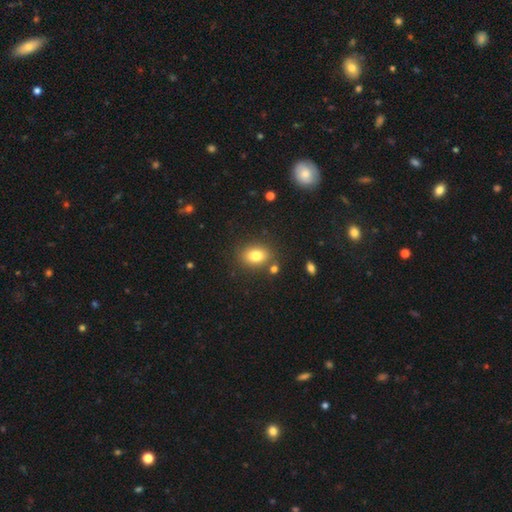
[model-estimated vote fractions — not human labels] A smooth galaxy with no disk features (80%) that is in between round and cigar-shaped (69%). Merging: none (81%).